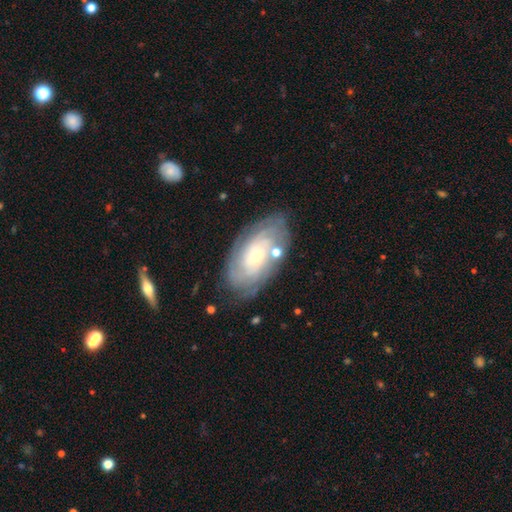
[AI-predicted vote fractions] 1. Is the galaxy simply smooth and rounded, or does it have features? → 76% featured or disk, 17% smooth, 7% star or artifact.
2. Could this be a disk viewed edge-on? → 94% no, 6% yes.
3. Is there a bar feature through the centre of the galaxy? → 75% no, 20% weak, 5% strong.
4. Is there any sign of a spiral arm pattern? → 91% yes, 9% no.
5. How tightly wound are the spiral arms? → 74% tight, 20% medium, 6% loose.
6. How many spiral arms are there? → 46% can't tell, 16% 4, 12% 2, 12% 3, 9% more than 4, 4% 1.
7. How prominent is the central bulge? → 68% small, 26% moderate, 3% large, 2% none, 1% dominant.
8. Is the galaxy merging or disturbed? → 73% none, 17% minor disturbance, 6% major disturbance, 5% merger.